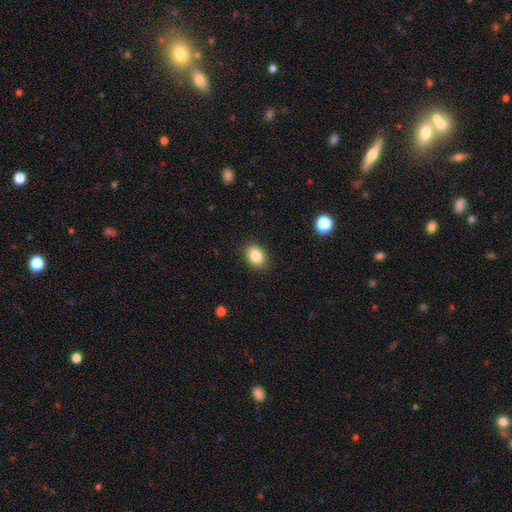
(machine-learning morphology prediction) This is clearly a smooth galaxy (85%). How rounded: likely in between (73%). Merging: clearly none (89%).